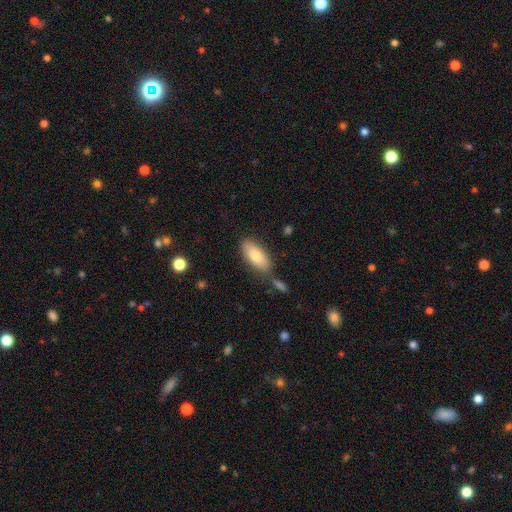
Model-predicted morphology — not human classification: The model was most divided on "merging": none: 74%, minor disturbance: 14%, merger: 8%, major disturbance: 3%. More confident: how rounded — in between (87%); smooth or featured — smooth (79%).